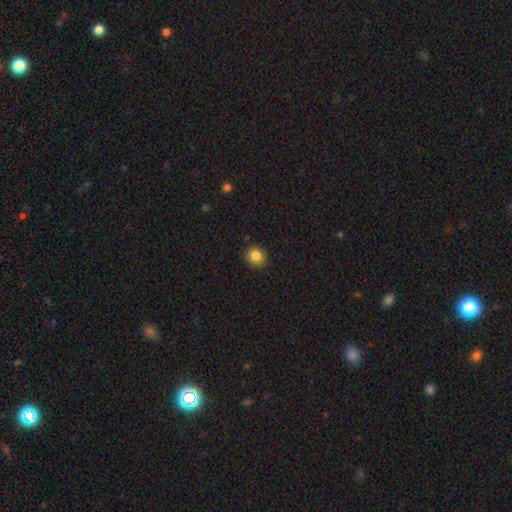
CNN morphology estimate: A smooth galaxy with no disk features (85%) that is round (75%). Merging: none (88%).